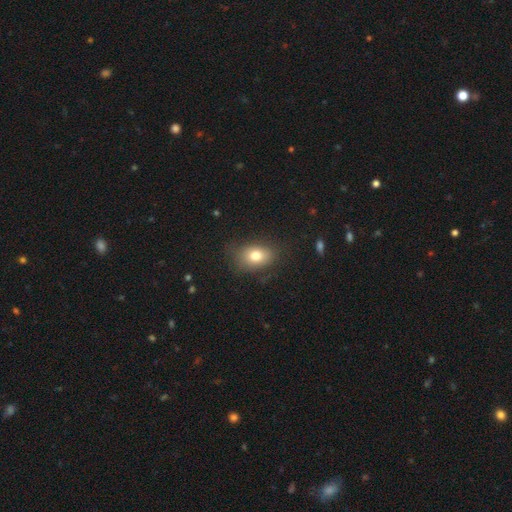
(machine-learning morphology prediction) Smooth or featured?
  - smooth: 78% *
  - featured or disk: 12%
  - star or artifact: 10%
How rounded?
  - in between: 73% *
  - round: 26%
  - cigar-shaped: 1%
Merging?
  - none: 76% *
  - minor disturbance: 17%
  - major disturbance: 6%
  - merger: 1%